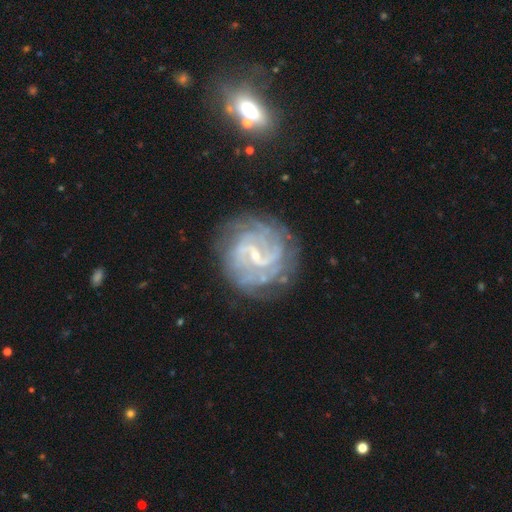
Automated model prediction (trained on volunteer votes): This appears to be a featured or disk galaxy (86%) with a weak bar (55%), tight (59%) spiral arms (94%) and a small central bulge (76%). Merging: none (75%).